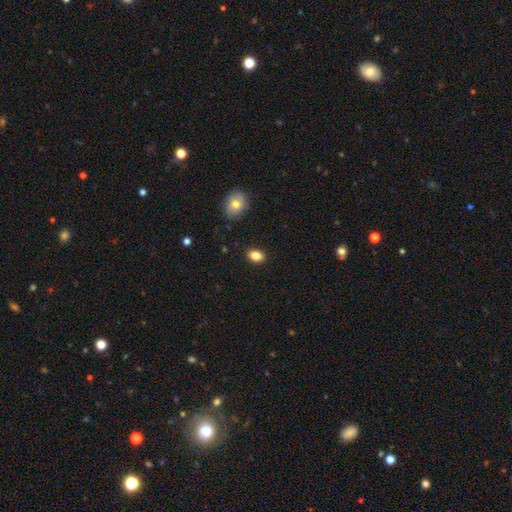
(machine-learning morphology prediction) This appears to be a smooth galaxy with no disk features (85%) that is in between round and cigar-shaped (81%). Merging: none (88%).